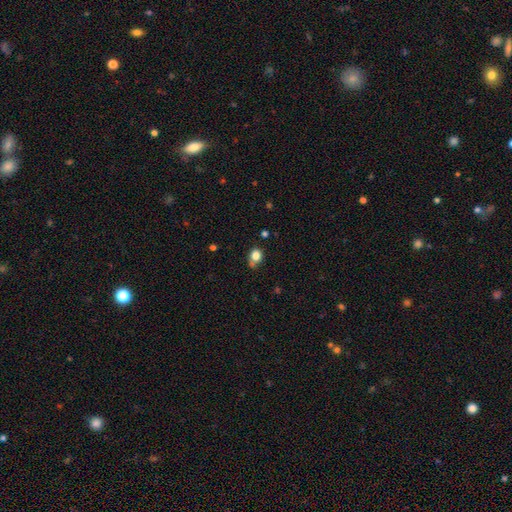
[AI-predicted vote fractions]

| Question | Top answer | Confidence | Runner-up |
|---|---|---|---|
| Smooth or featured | smooth | 81% | star or artifact (12%) |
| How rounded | round | 67% | in between (32%) |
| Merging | none | 61% | minor disturbance (21%) |